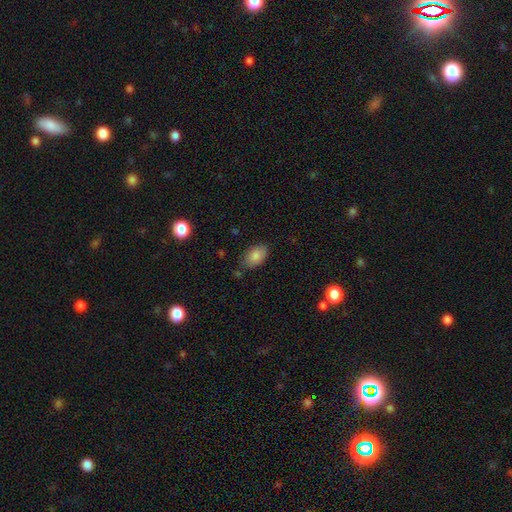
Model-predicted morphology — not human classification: The model was most divided on "merging": none: 76%, minor disturbance: 17%, major disturbance: 4%, merger: 3%. More confident: how rounded — in between (89%); smooth or featured — smooth (85%).